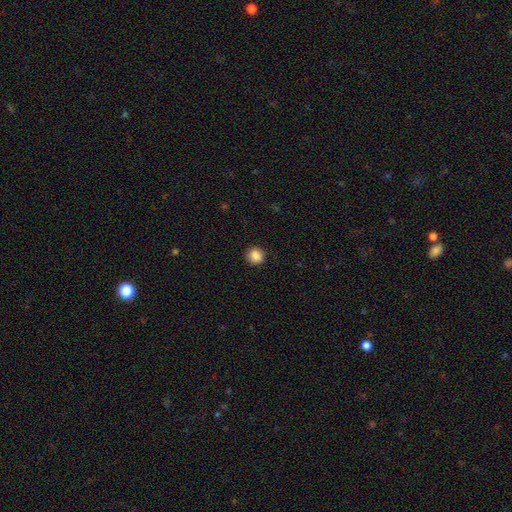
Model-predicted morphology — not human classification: Smooth or featured? Predicted: smooth (p=0.87). How rounded? Predicted: round (p=0.84). Merging? Predicted: none (p=0.91).